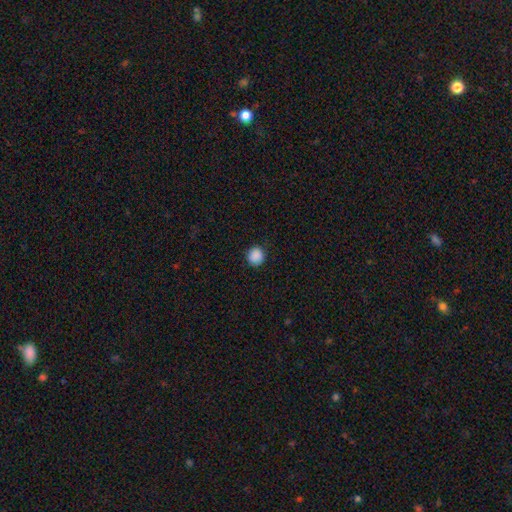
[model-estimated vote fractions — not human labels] Morphology: type=smooth (88%); roundness=round (91%); merging=none (89%).